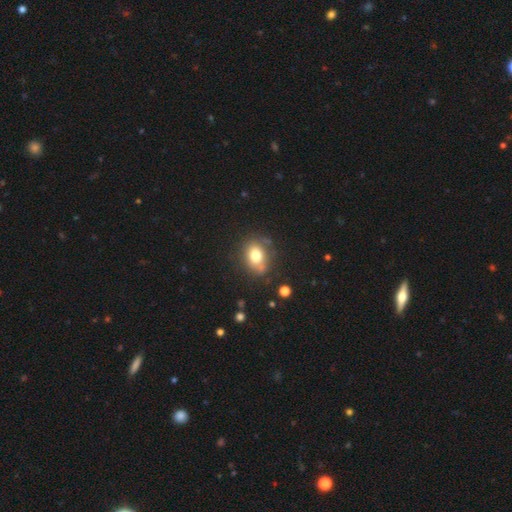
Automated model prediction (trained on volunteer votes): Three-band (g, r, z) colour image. It shows a smooth galaxy with no disk features (75%) that is in between round and cigar-shaped (58%). Merging: none (68%).